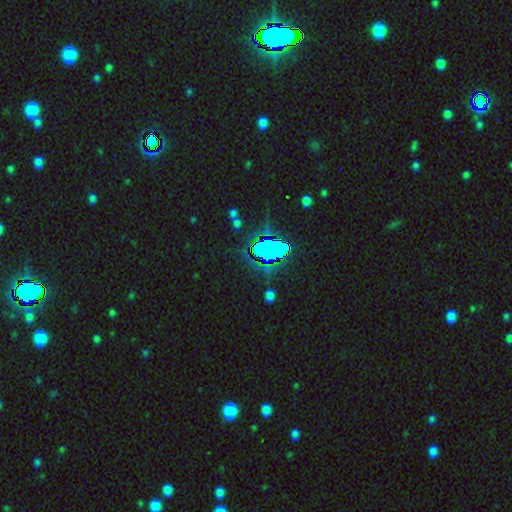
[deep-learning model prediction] smooth-or-featured: star or artifact: 79% | smooth: 12% | featured or disk: 9%